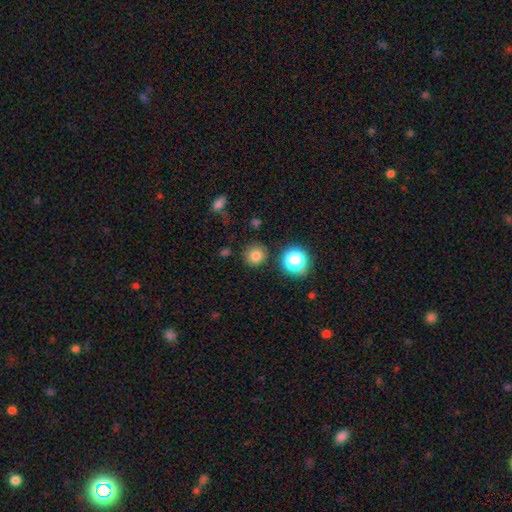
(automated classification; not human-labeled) The model was most divided on "smooth or featured": smooth: 79%, star or artifact: 15%, featured or disk: 6%. More confident: how rounded — round (91%); merging — none (86%).